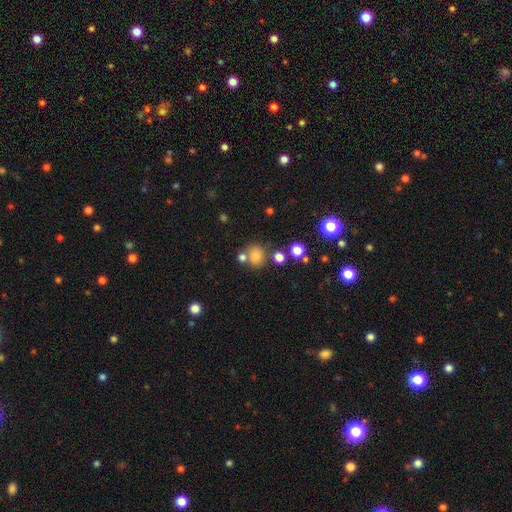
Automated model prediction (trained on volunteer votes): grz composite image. It shows a smooth galaxy with no disk features (79%) that is round (75%). Merging: none (64%).